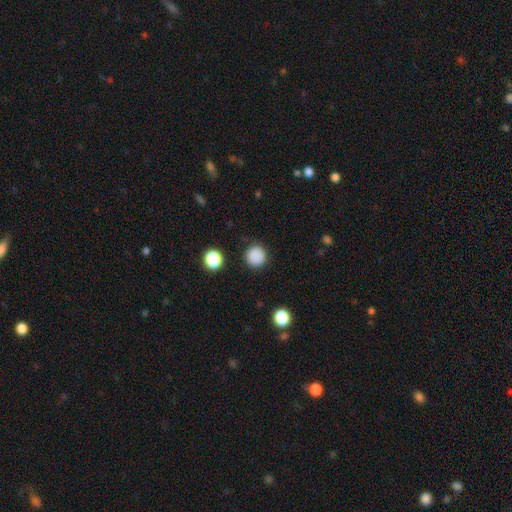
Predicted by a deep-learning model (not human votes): A smooth galaxy with no disk features (86%) that is round (94%). Merging: none (88%).